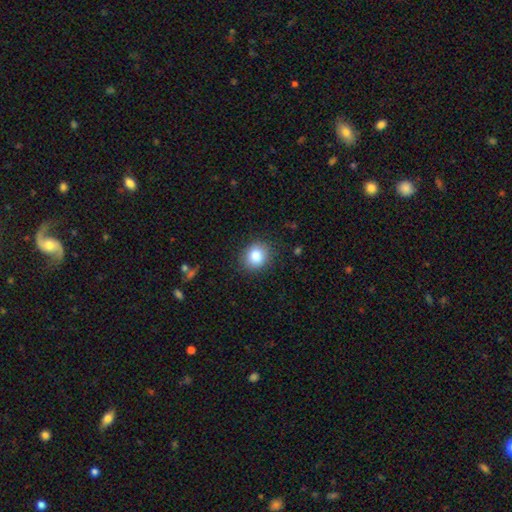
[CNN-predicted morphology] Q: Smooth or featured?
A: smooth (85%); runner-up: star or artifact (9%)
Q: How rounded?
A: round (71%); runner-up: in between (28%)
Q: Merging?
A: none (85%); runner-up: minor disturbance (10%)